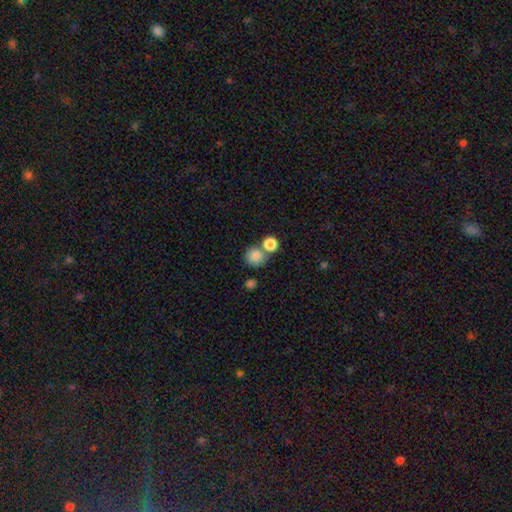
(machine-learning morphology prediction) type=smooth (84%); roundness=round (88%); merging=none (54%).